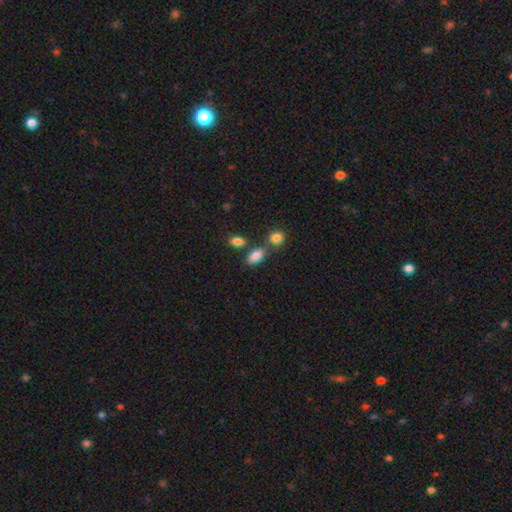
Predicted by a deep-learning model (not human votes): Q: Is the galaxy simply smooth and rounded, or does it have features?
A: smooth — 85%.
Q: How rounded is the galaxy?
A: in between — 89%.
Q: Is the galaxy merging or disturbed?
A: none — 62%.